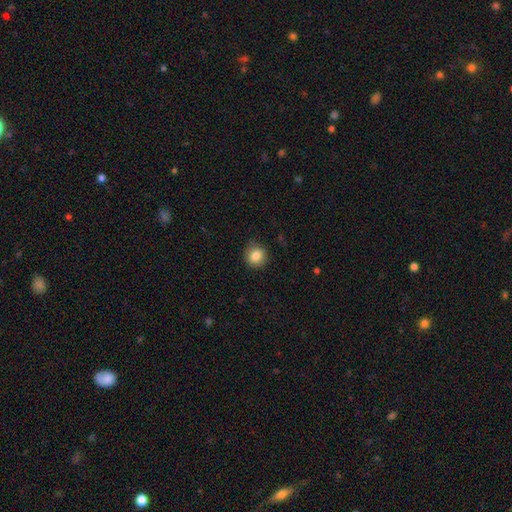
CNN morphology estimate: Smooth or featured: smooth — 84% (star or artifact — 9%)
How rounded: round — 85% (in between — 14%)
Merging: none — 82% (minor disturbance — 14%)